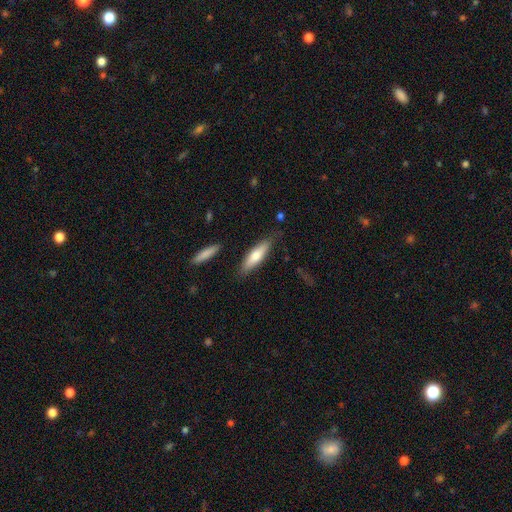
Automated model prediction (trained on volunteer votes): Smooth or featured?
  - smooth: 69% *
  - featured or disk: 26%
  - star or artifact: 5%
How rounded?
  - cigar-shaped: 62% *
  - in between: 36%
  - round: 2%
Merging?
  - none: 80% *
  - minor disturbance: 14%
  - major disturbance: 3%
  - merger: 3%